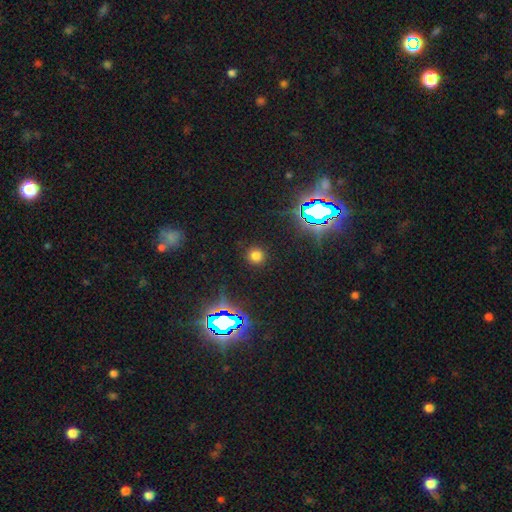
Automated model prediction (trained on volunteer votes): Smooth or featured: smooth — 69% (star or artifact — 25%)
How rounded: round — 93% (in between — 6%)
Merging: none — 90% (minor disturbance — 6%)